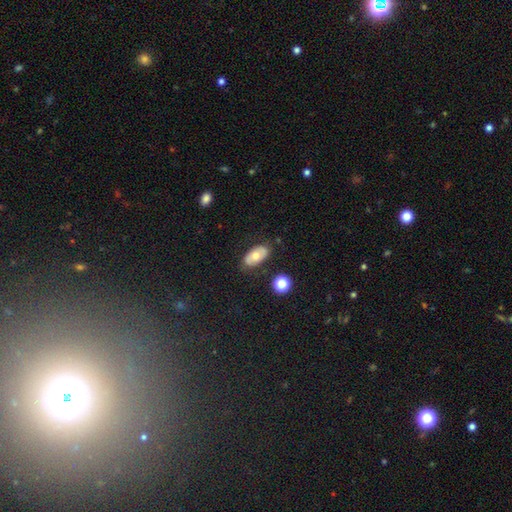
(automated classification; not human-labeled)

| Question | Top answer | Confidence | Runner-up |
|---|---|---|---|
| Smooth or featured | smooth | 57% | featured or disk (35%) |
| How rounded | in between | 91% | round (6%) |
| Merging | none | 81% | minor disturbance (13%) |